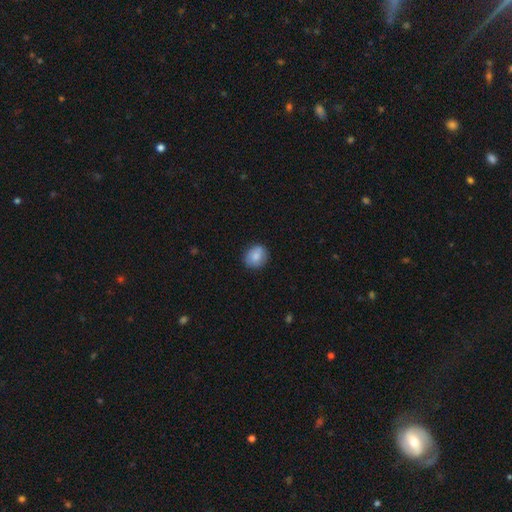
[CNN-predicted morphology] A smooth galaxy with no disk features (83%) that is round (68%).

Vote fractions:
- Smooth or featured? smooth: 83% / featured or disk: 9% / star or artifact: 8%
- How rounded? round: 68% / in between: 31% / cigar-shaped: 1%
- Merging? none: 84% / minor disturbance: 13% / major disturbance: 2% / merger: 1%